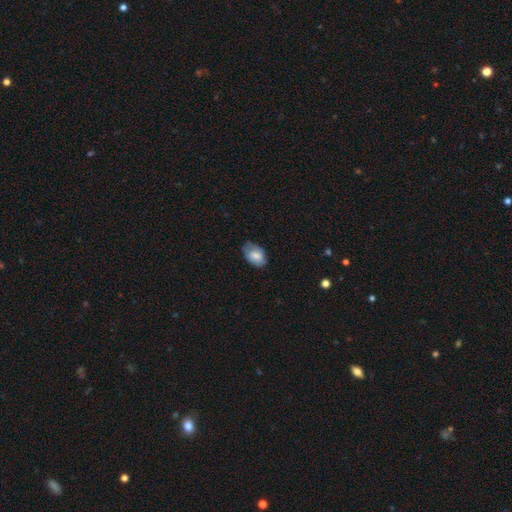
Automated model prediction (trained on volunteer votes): Smooth or featured: smooth — 75% (featured or disk — 18%)
How rounded: in between — 88% (round — 10%)
Merging: none — 64% (minor disturbance — 28%)